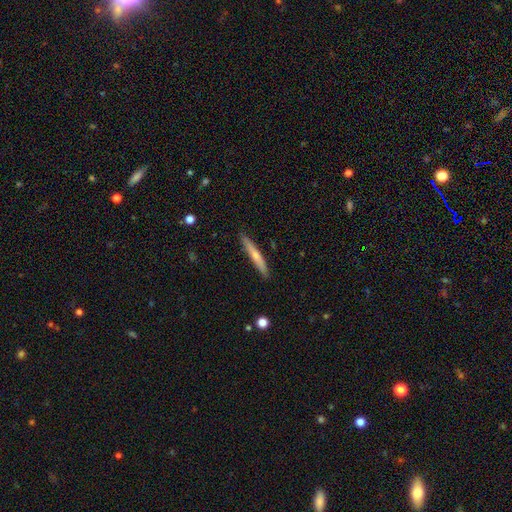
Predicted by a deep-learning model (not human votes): Morphology: type=smooth (52%); roundness=cigar-shaped (94%); merging=none (88%).